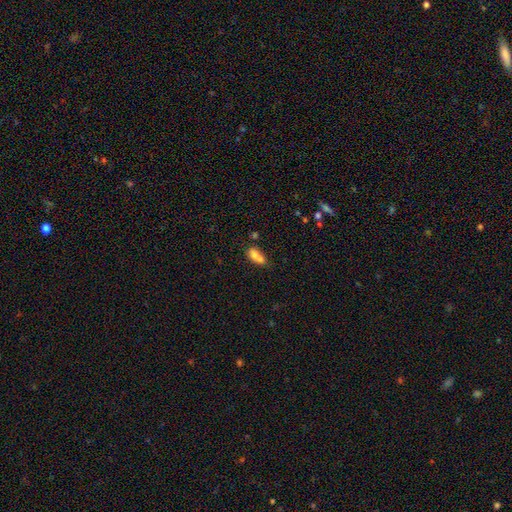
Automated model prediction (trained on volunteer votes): A smooth galaxy with no disk features (73%) that is in between round and cigar-shaped (74%). Merging: merger (56%).